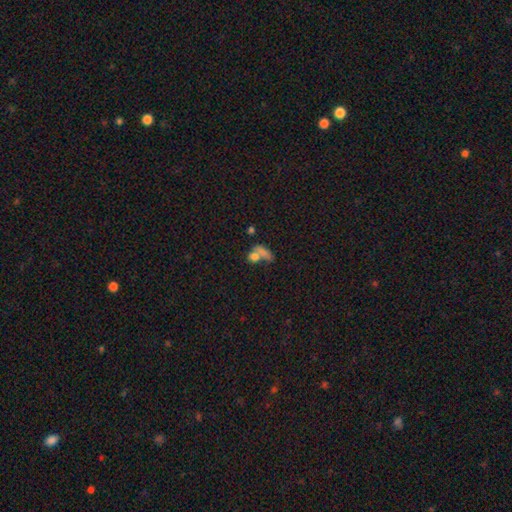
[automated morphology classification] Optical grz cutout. It shows a smooth galaxy with no disk features (71%) that is round (46%). Merging: merger (45%).